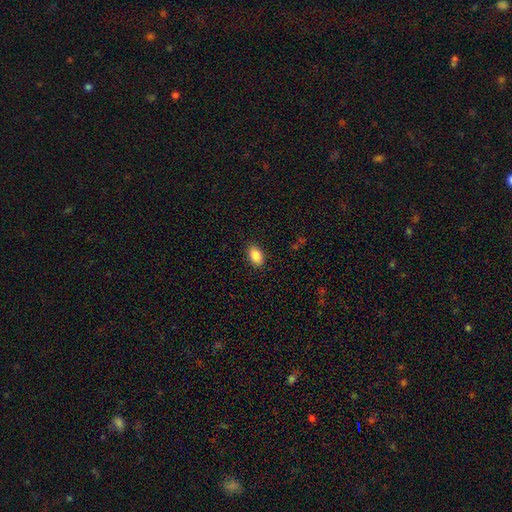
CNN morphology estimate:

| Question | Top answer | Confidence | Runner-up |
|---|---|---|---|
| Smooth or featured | smooth | 88% | star or artifact (8%) |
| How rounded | in between | 90% | round (8%) |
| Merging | none | 88% | minor disturbance (9%) |